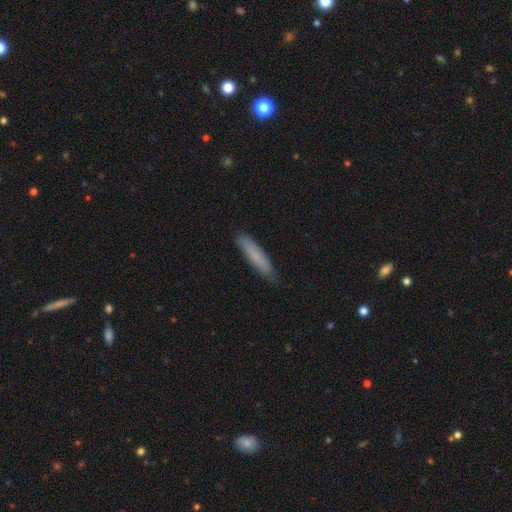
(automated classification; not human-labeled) The model was most divided on "smooth or featured": smooth: 77%, featured or disk: 17%, star or artifact: 6%. More confident: how rounded — cigar-shaped (86%); merging — none (85%).